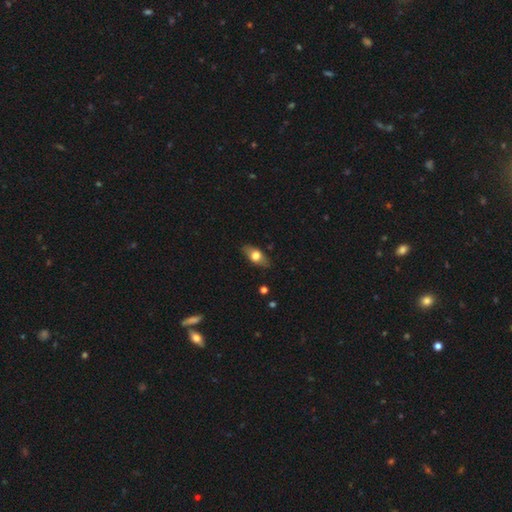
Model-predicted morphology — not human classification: A smooth galaxy with no disk features (58%) that is in between round and cigar-shaped (77%).

Vote fractions:
- Smooth or featured? smooth: 58% / featured or disk: 35% / star or artifact: 7%
- How rounded? in between: 77% / cigar-shaped: 13% / round: 9%
- Merging? none: 81% / minor disturbance: 14% / major disturbance: 3% / merger: 1%